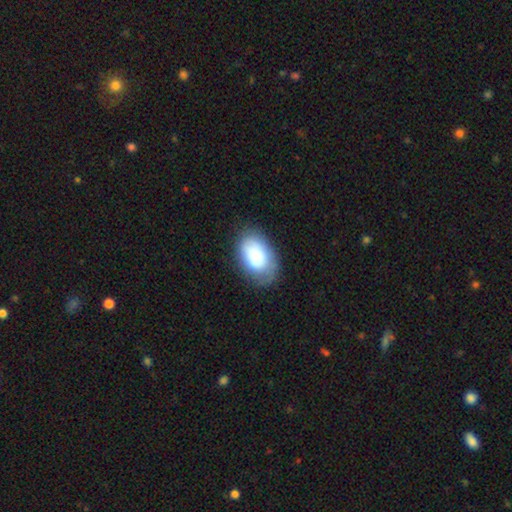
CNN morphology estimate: Smooth or featured?
  - smooth: 81% *
  - featured or disk: 12%
  - star or artifact: 7%
How rounded?
  - in between: 88% *
  - round: 11%
  - cigar-shaped: 1%
Merging?
  - none: 71% *
  - minor disturbance: 20%
  - major disturbance: 7%
  - merger: 2%